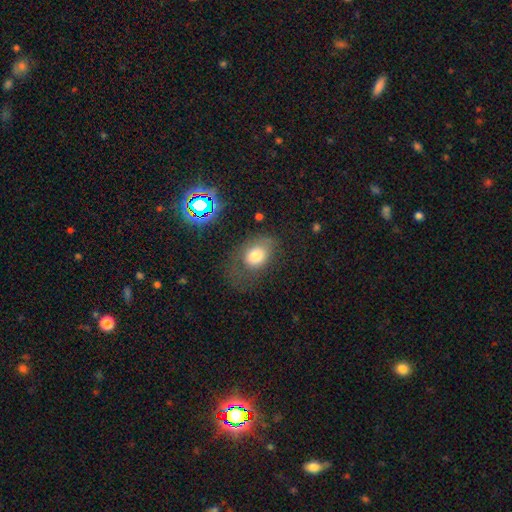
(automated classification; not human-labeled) Overall: smooth (72%). How rounded: in between (66%; round 33%). Merging: none (43%; major disturbance 30%).